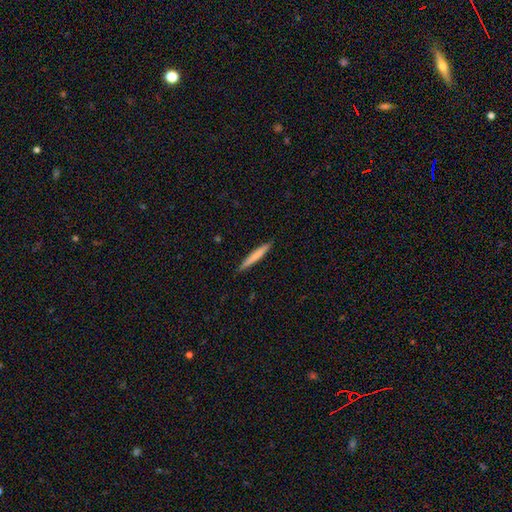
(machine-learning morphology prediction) This is likely a smooth galaxy (71%). How rounded: clearly cigar-shaped (96%). Merging: clearly none (91%).